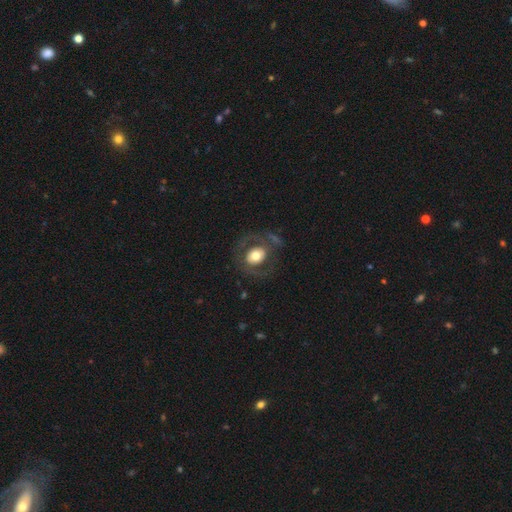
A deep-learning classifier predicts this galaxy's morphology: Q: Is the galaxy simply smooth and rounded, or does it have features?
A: smooth — 48%.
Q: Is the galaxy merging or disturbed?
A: none — 70%.